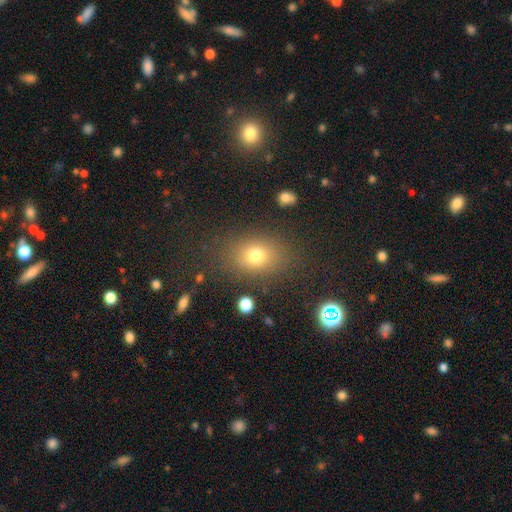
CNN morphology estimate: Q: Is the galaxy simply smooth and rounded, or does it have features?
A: smooth — 75%.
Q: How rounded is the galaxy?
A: in between — 57%.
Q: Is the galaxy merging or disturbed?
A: none — 81%.